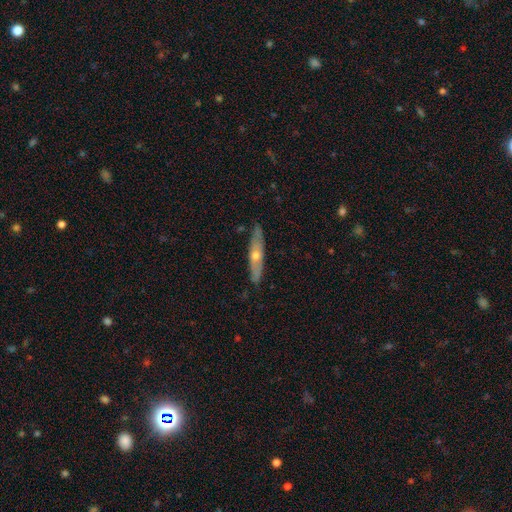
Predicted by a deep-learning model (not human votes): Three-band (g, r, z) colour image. It shows a featured or disk galaxy (60%) viewed edge-on (74%). Merging: none (86%).